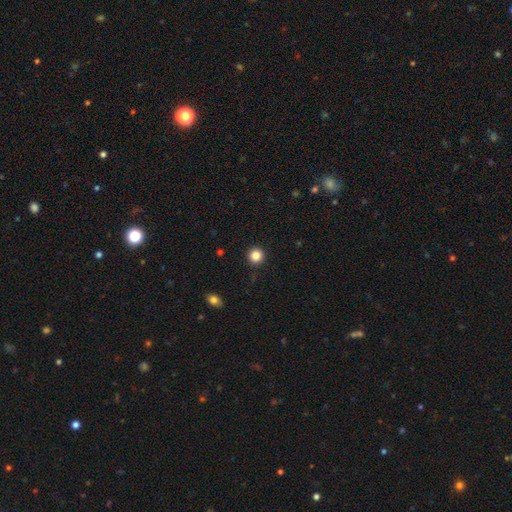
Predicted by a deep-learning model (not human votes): smooth-or-featured: smooth: 85% | star or artifact: 11% | featured or disk: 4%
  how-rounded: round: 95% | in between: 4% | cigar-shaped: 1%
  merging: none: 93% | minor disturbance: 5% | major disturbance: 2% | merger: 1%